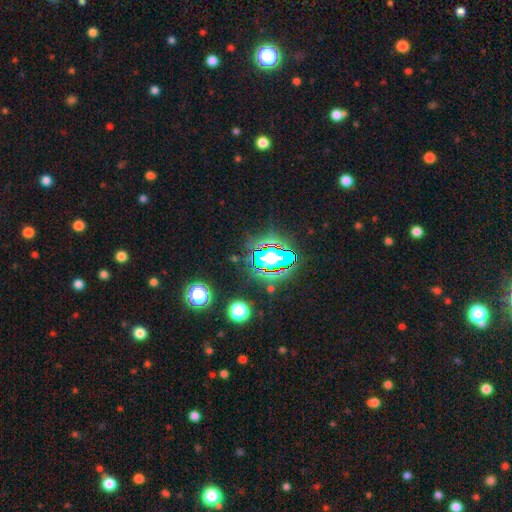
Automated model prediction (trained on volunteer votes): This is clearly a star or artifact rather than a galaxy (82%).